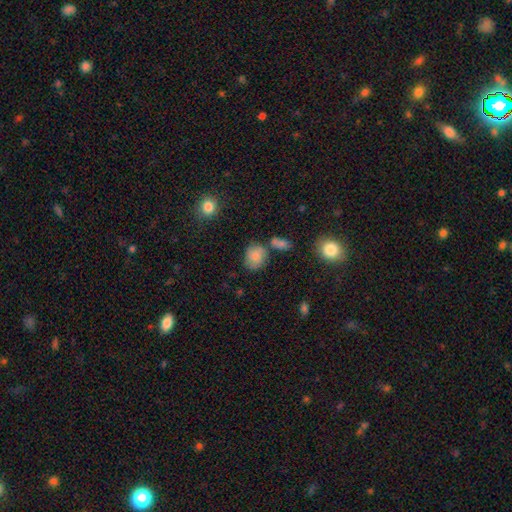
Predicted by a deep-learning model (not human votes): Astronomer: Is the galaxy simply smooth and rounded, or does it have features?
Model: smooth — 81%.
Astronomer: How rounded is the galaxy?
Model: round — 53% (runner-up: in between, 45%).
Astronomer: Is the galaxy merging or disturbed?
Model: none — 63%.